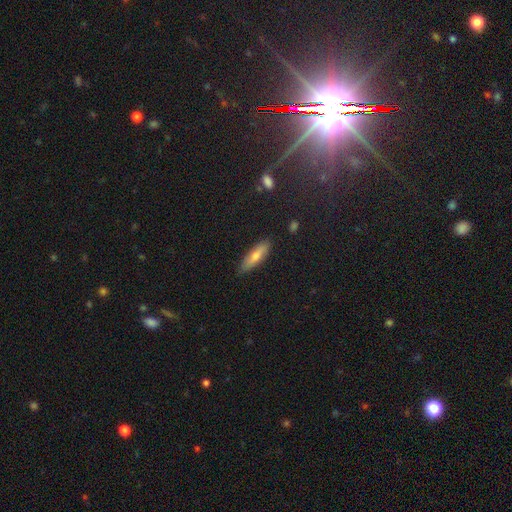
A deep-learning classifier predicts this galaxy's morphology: type=smooth (64%); roundness=cigar-shaped (64%); merging=none (85%).